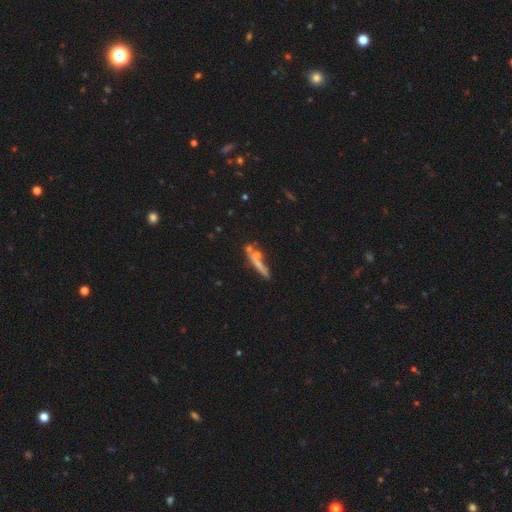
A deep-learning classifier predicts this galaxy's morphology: smooth-or-featured: smooth: 47% | featured or disk: 41% | star or artifact: 12%
  merging: none: 58% | merger: 18% | minor disturbance: 16% | major disturbance: 7%